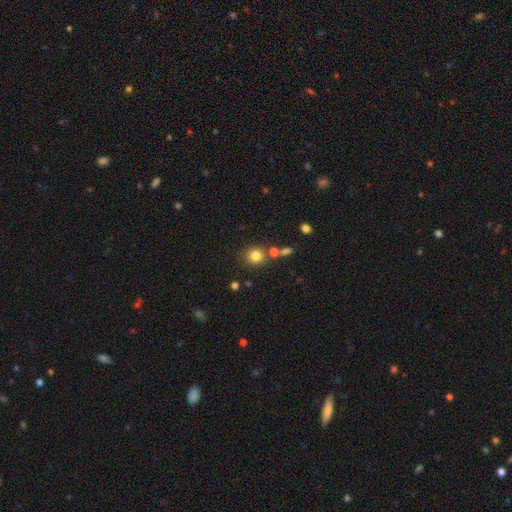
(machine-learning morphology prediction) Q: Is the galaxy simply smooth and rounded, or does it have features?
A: smooth — 80%.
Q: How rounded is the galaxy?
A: round — 86%.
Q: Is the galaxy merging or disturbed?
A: none — 75%.